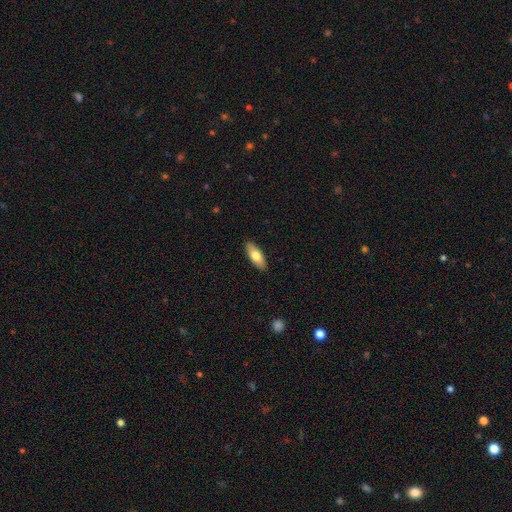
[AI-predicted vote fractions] smooth_or_featured: smooth (p=0.75) [alt: featured or disk p=0.20]
how_rounded: in between (p=0.76) [alt: cigar-shaped p=0.21]
merging: none (p=0.89) [alt: minor disturbance p=0.08]